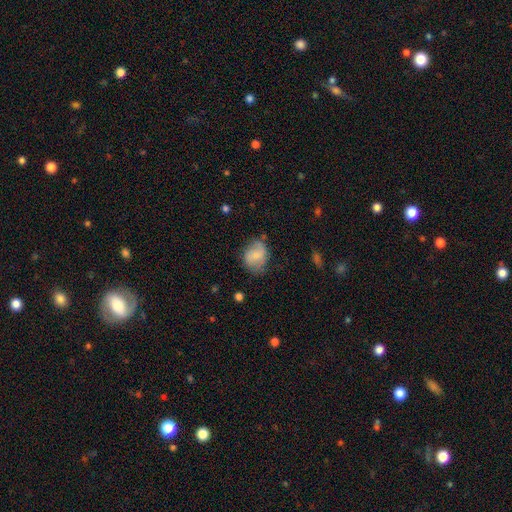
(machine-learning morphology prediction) Smooth or featured? smooth (57%)
How rounded? in between (56%)
Merging? none (57%)